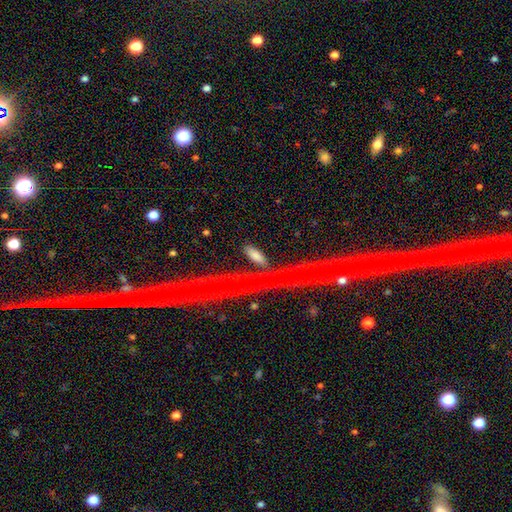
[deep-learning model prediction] This is likely a smooth galaxy (63%). How rounded: clearly in between (80%). Merging: likely none (78%).